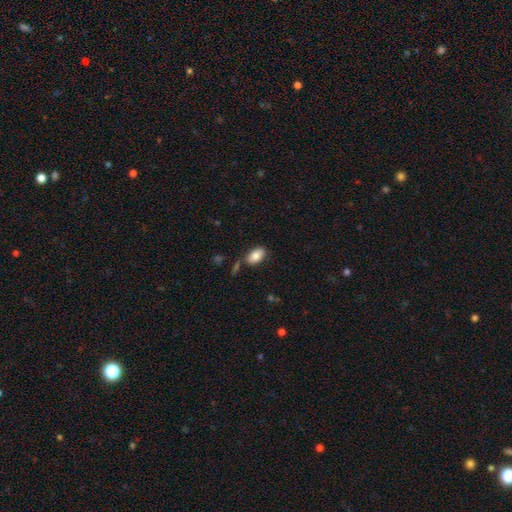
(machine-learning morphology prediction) smooth-or-featured: smooth: 83% | featured or disk: 10% | star or artifact: 7%
  how-rounded: in between: 93% | round: 5% | cigar-shaped: 2%
  merging: none: 76% | minor disturbance: 15% | merger: 6% | major disturbance: 4%